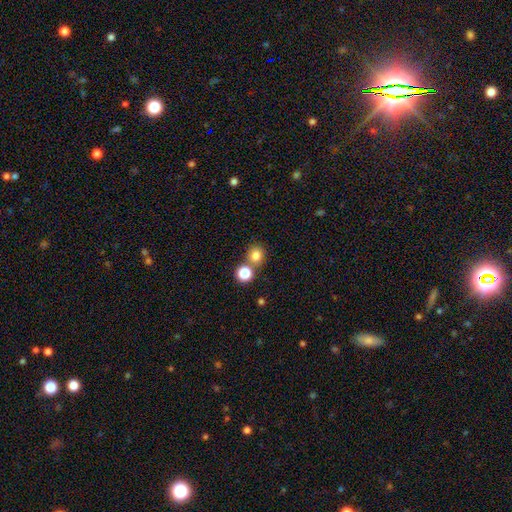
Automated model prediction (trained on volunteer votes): Q: Smooth or featured?
A: smooth (79%); runner-up: star or artifact (14%)
Q: How rounded?
A: round (86%); runner-up: in between (13%)
Q: Merging?
A: none (65%); runner-up: merger (24%)